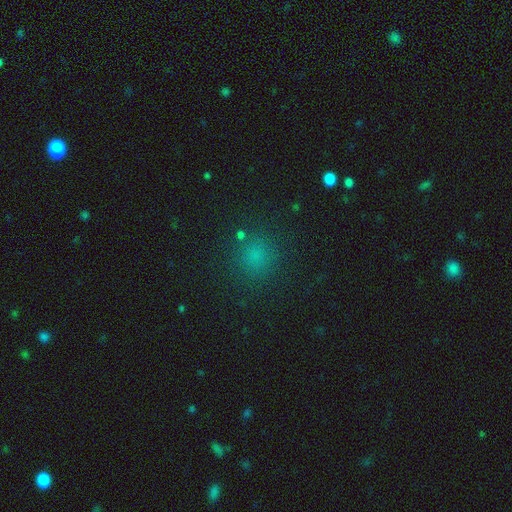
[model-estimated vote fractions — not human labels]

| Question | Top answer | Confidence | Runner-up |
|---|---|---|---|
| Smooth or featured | smooth | 71% | star or artifact (23%) |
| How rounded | round | 90% | in between (9%) |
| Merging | none | 85% | minor disturbance (9%) |